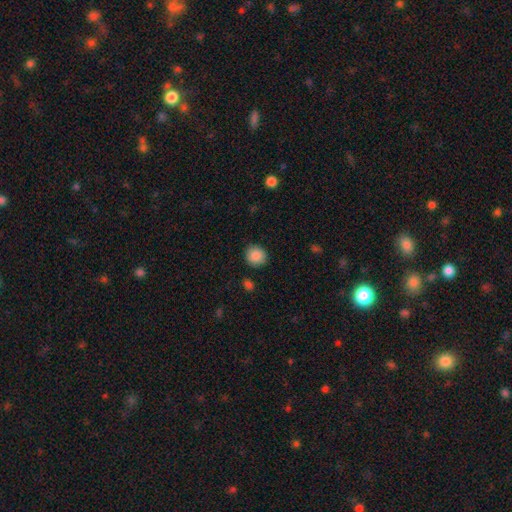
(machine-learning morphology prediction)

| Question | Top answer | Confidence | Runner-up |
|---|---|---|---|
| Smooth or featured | smooth | 88% | star or artifact (8%) |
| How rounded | round | 88% | in between (11%) |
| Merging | none | 89% | minor disturbance (8%) |